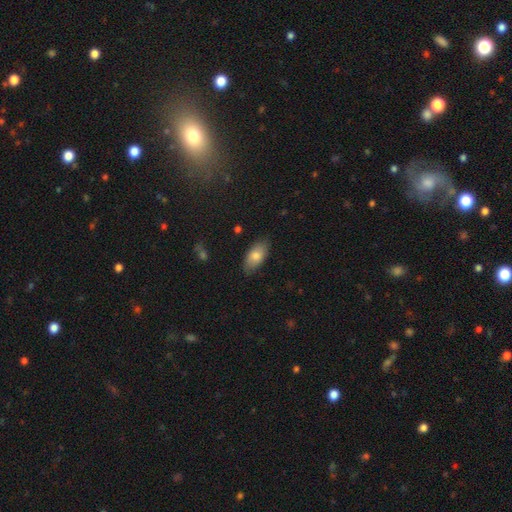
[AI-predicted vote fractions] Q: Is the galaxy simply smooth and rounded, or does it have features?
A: smooth — 77%.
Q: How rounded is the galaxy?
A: in between — 92%.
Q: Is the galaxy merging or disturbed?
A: none — 82%.